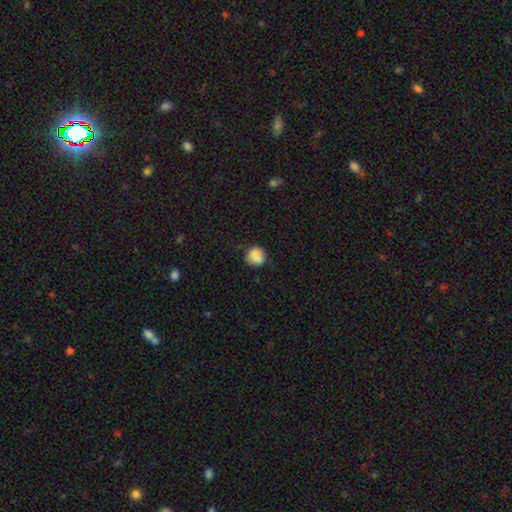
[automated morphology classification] This appears to be a smooth galaxy with no disk features (84%) that is round (84%). Merging: none (70%).